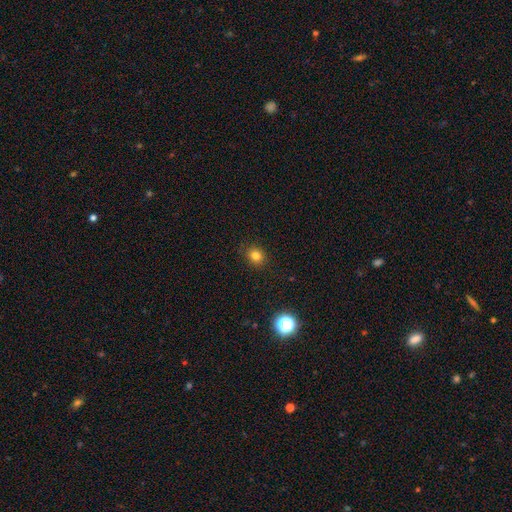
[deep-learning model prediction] This appears to be a smooth galaxy with no disk features (79%) that is round (74%). Merging: none (88%).